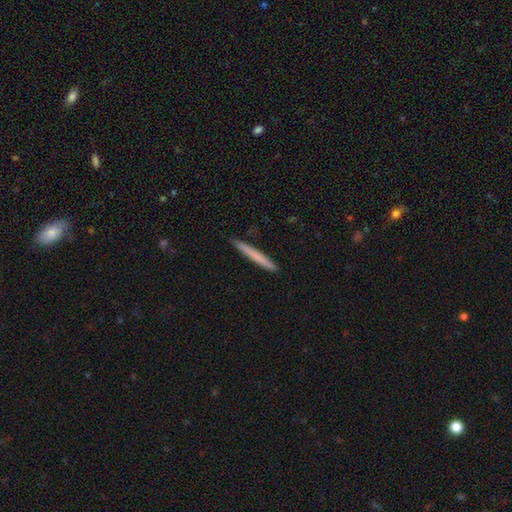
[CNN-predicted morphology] The model was most divided on "smooth or featured": smooth: 67%, featured or disk: 27%, star or artifact: 5%. More confident: how rounded — cigar-shaped (97%); merging — none (92%).